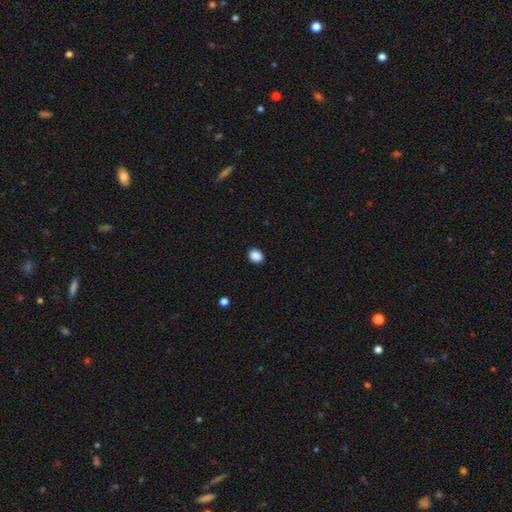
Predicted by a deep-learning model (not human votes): Smooth or featured? Predicted: smooth (p=0.89). How rounded? Predicted: in between (p=0.52). Merging? Predicted: none (p=0.91).